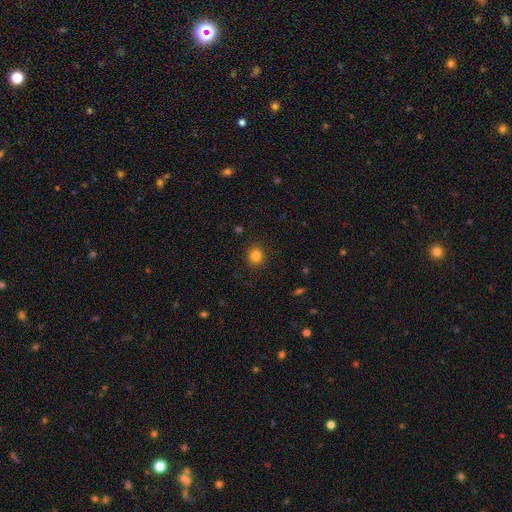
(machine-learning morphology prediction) Q: Smooth or featured?
A: smooth (83%); runner-up: star or artifact (12%)
Q: How rounded?
A: round (85%); runner-up: in between (14%)
Q: Merging?
A: none (90%); runner-up: minor disturbance (7%)